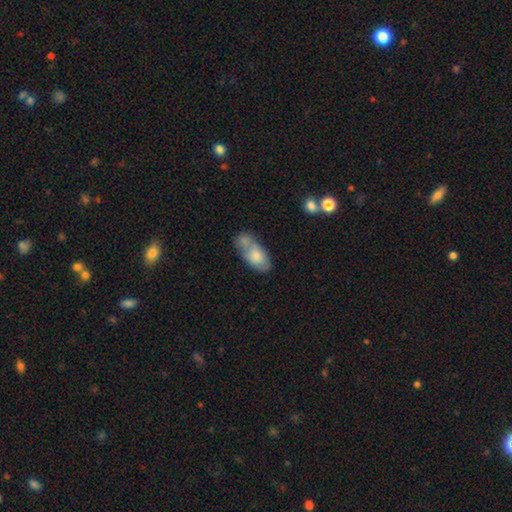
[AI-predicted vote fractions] Morphology: type=smooth (71%); roundness=in between (90%); merging=none (35%).